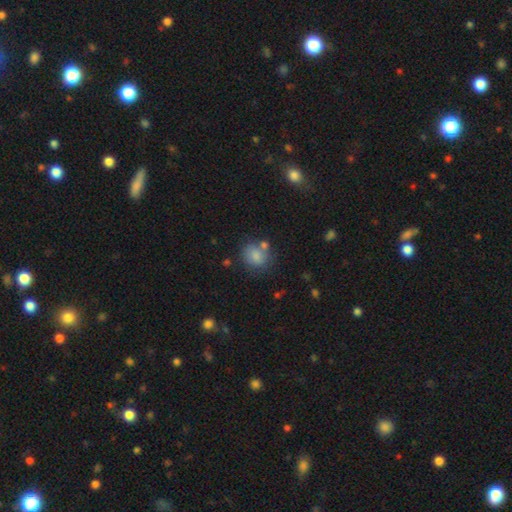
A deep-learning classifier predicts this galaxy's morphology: Smooth or featured: smooth — 78% (featured or disk — 12%)
How rounded: round — 66% (in between — 33%)
Merging: none — 60% (minor disturbance — 18%)